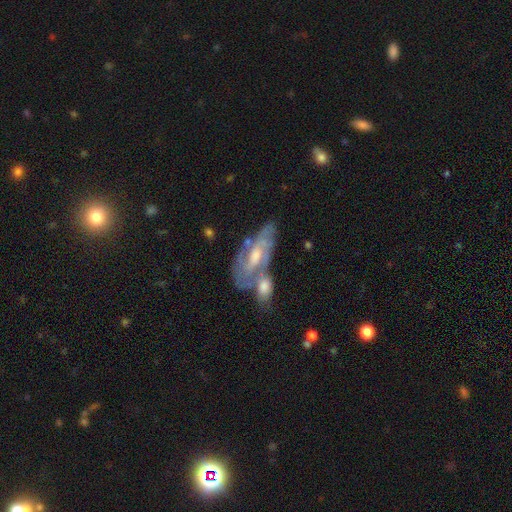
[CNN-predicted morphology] A featured or disk galaxy (72%) with a weak bar (44%), spiral arms (77%) and a moderate central bulge (57%).

Vote fractions:
- Smooth or featured? featured or disk: 72% / smooth: 20% / star or artifact: 7%
- Edge-on disk? no: 83% / yes: 17%
- Bar? weak: 44% / no: 42% / strong: 14%
- Spiral arms? yes: 77% / no: 23%
- Bulge size? moderate: 57% / small: 30% / large: 7% / none: 5% / dominant: 1%
- Merging? merger: 40% / none: 38% / minor disturbance: 14% / major disturbance: 8%